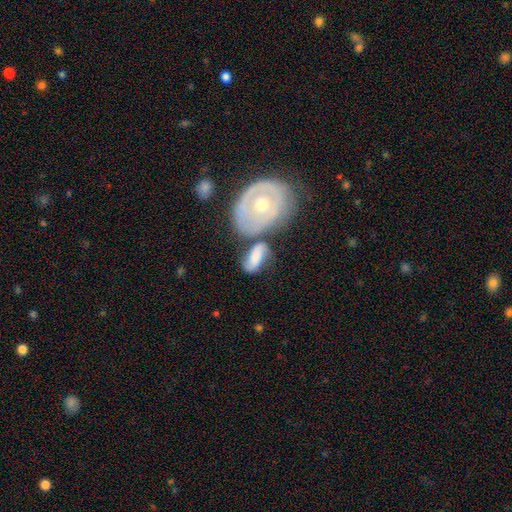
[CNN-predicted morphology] Smooth or featured: smooth — 50% (featured or disk — 43%)
How rounded: in between — 84% (round — 12%)
Merging: none — 41% (minor disturbance — 24%)